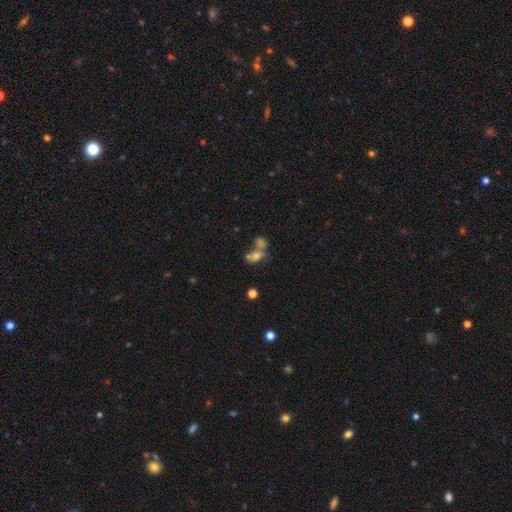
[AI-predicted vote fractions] Smooth or featured? smooth (64%)
How rounded? in between (76%)
Merging? merger (53%)